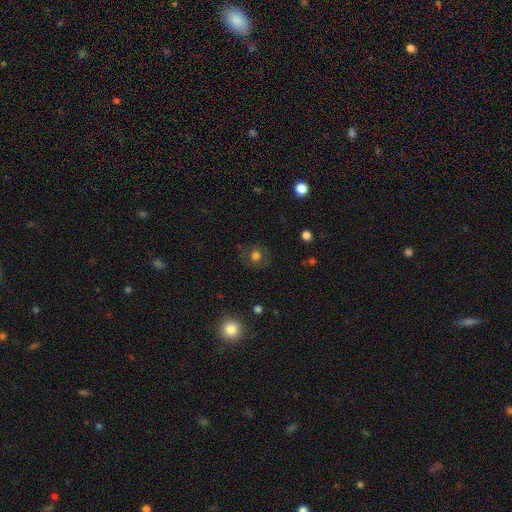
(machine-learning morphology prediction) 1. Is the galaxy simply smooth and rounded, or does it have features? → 64% smooth, 21% featured or disk, 15% star or artifact.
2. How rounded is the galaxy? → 85% round, 14% in between, 1% cigar-shaped.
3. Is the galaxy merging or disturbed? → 81% none, 12% minor disturbance, 6% major disturbance, 1% merger.